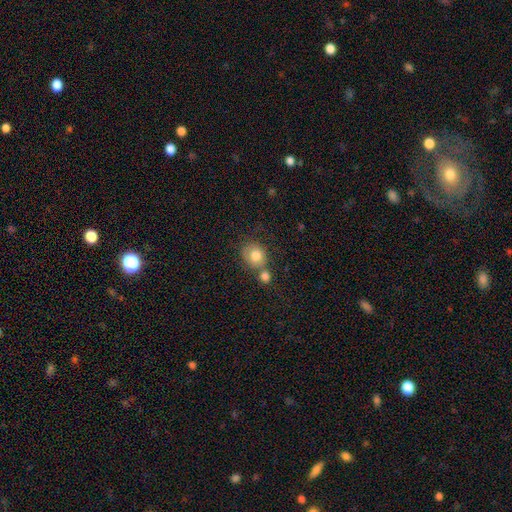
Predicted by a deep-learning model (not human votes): This is likely a smooth galaxy (79%). How rounded: likely round (74%). Merging: marginally none (43%).